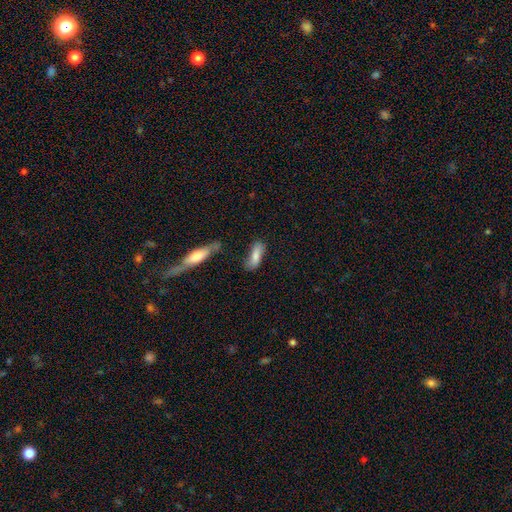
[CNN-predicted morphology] Overall: smooth (78%). How rounded: in between (61%; cigar-shaped 37%). Merging: none (56%; minor disturbance 26%).